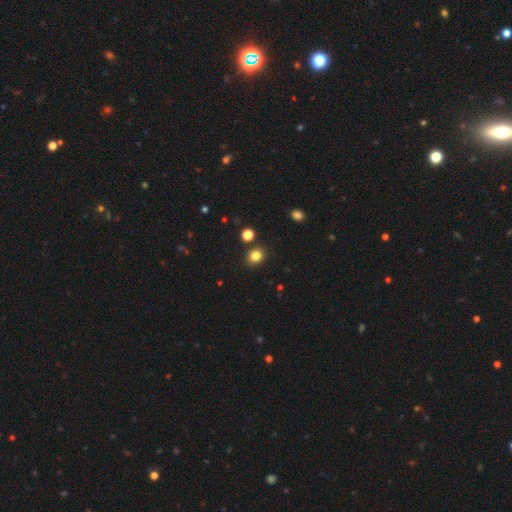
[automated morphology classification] Overall: smooth (81%). How rounded: round (69%; in between 30%). Merging: none (86%).